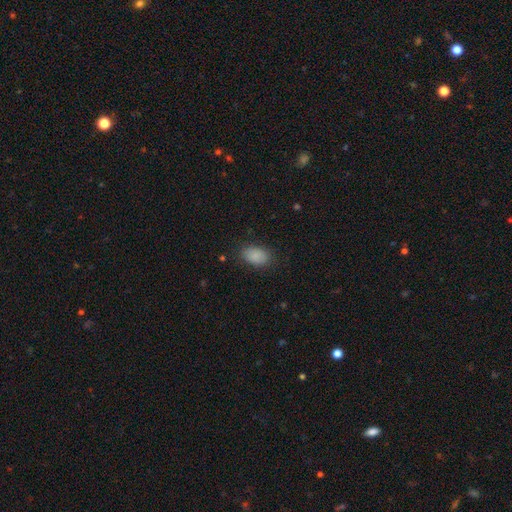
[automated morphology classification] This is clearly a smooth galaxy (88%). How rounded: clearly in between (89%). Merging: clearly none (82%).